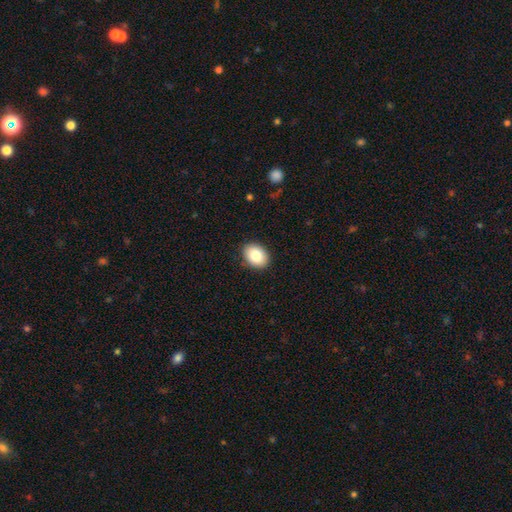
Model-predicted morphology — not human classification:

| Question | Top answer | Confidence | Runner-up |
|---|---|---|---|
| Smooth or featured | smooth | 84% | featured or disk (9%) |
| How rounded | in between | 71% | round (28%) |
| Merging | none | 90% | minor disturbance (8%) |